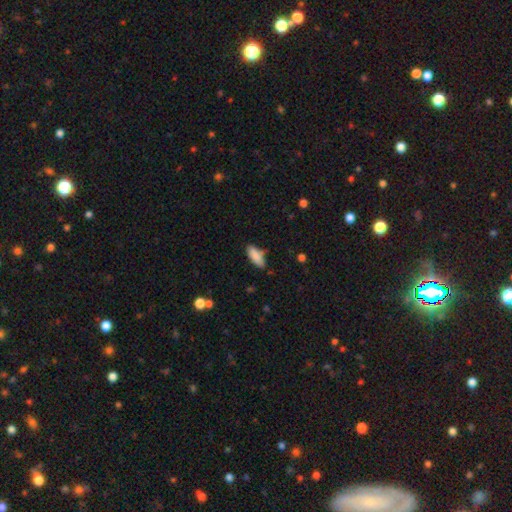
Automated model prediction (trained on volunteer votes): This appears to be a smooth galaxy with no disk features (87%) that is in between round and cigar-shaped (70%). Merging: none (74%).